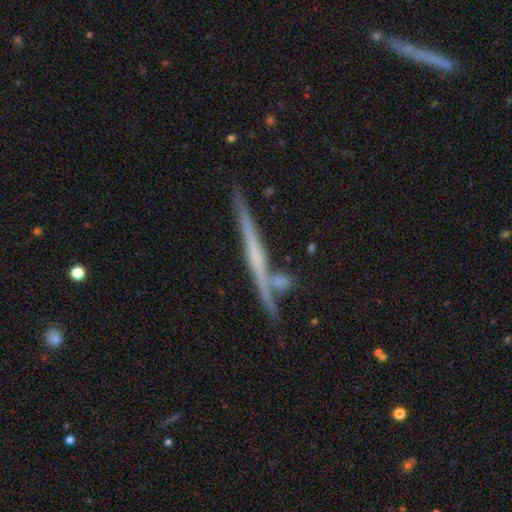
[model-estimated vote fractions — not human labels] featured or disk 70%, smooth 23%, star or artifact 7%. Down the decision tree: edge-on disk — yes (97%); edge-on bulge — none (68%); merging — none (74%).